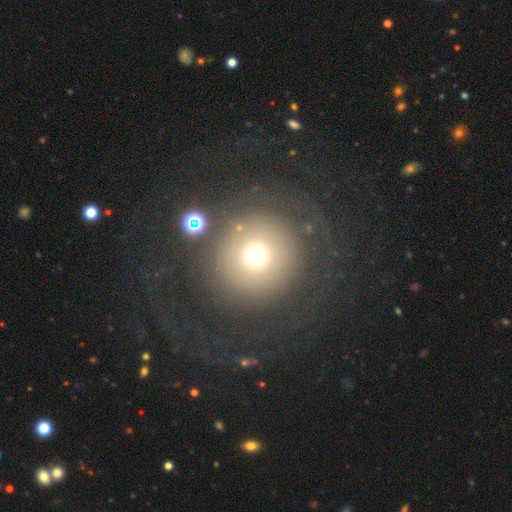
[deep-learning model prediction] smooth 66%, star or artifact 17%, featured or disk 17%. Down the decision tree: how rounded — round (96%); merging — none (68%).